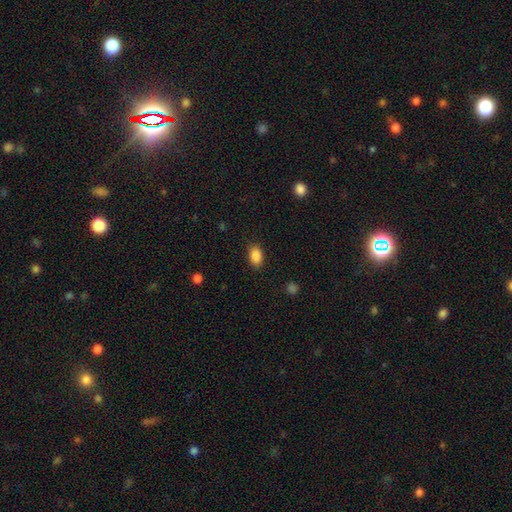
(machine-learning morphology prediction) smooth 88%, star or artifact 8%, featured or disk 3%. Down the decision tree: how rounded — in between (88%); merging — none (86%).